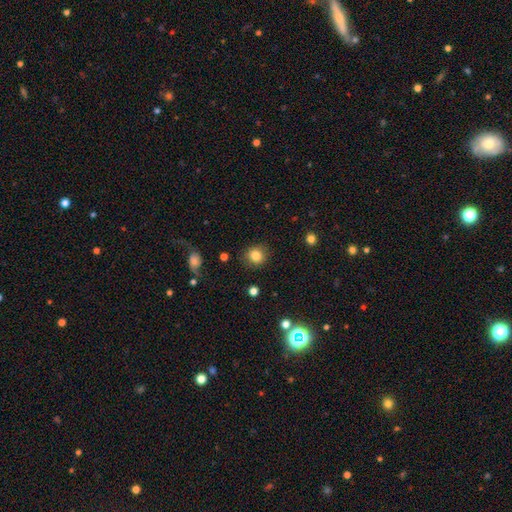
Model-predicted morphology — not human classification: smooth-or-featured: smooth: 84% | star or artifact: 10% | featured or disk: 6%
  how-rounded: round: 86% | in between: 13% | cigar-shaped: 1%
  merging: none: 85% | minor disturbance: 10% | major disturbance: 3% | merger: 2%